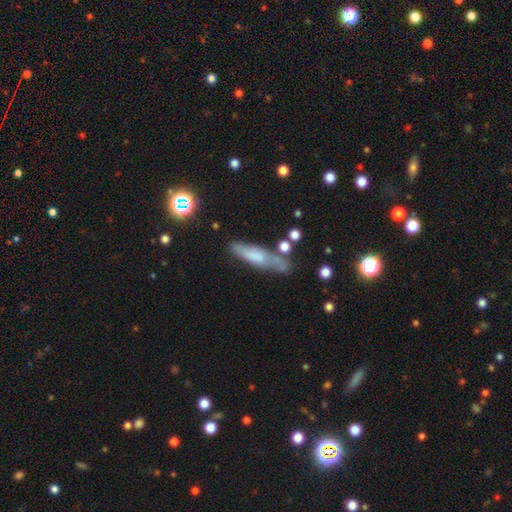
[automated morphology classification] Smooth or featured? smooth (56%)
How rounded? cigar-shaped (71%)
Merging? none (56%)